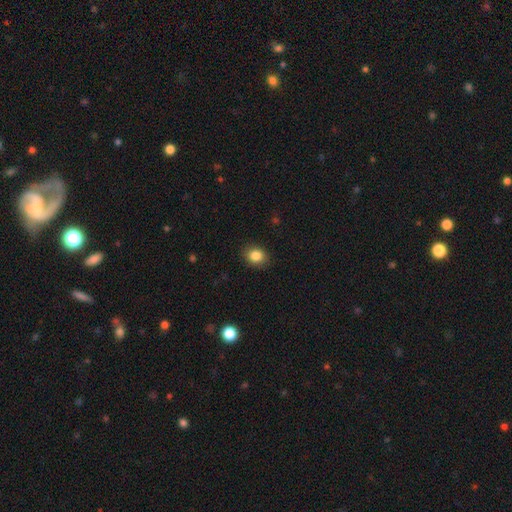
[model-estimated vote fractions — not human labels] Smooth or featured: smooth — 86% (star or artifact — 10%)
How rounded: round — 54% (in between — 45%)
Merging: none — 88% (minor disturbance — 9%)